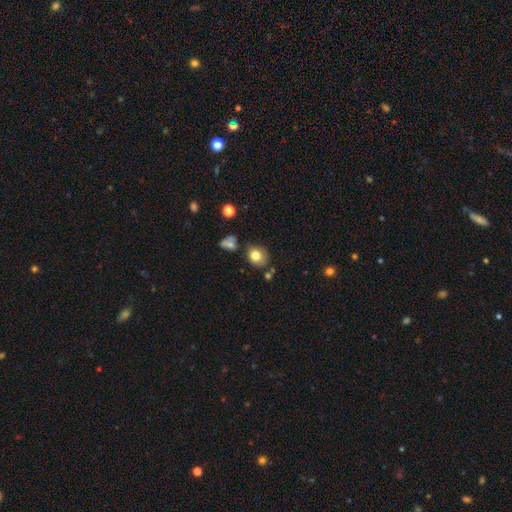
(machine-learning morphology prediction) smooth_or_featured: smooth (p=0.79) [alt: featured or disk p=0.11]
how_rounded: round (p=0.61) [alt: in between p=0.38]
merging: none (p=0.72) [alt: minor disturbance p=0.16]